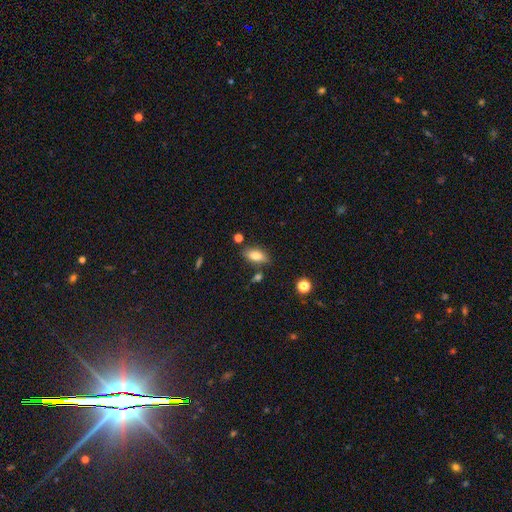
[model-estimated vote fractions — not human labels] Smooth or featured?
  - smooth: 79% *
  - featured or disk: 13%
  - star or artifact: 9%
How rounded?
  - in between: 85% *
  - cigar-shaped: 11%
  - round: 4%
Merging?
  - none: 76% *
  - minor disturbance: 14%
  - merger: 6%
  - major disturbance: 3%